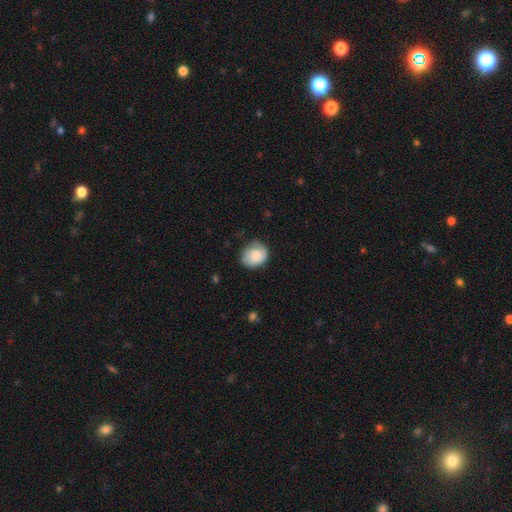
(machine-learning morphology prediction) Overall: smooth (73%). How rounded: round (68%; in between 31%). Merging: none (65%; minor disturbance 26%).